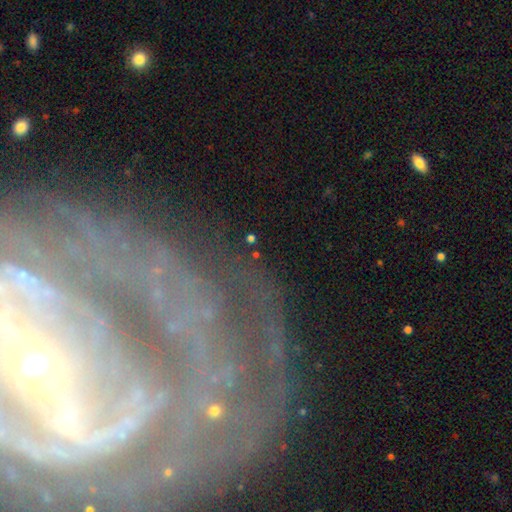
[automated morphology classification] This is marginally a featured or disk galaxy (41%). Merging: likely none (74%).